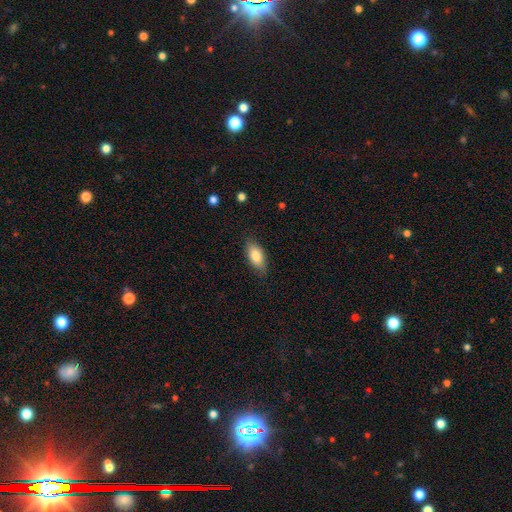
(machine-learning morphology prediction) smooth-or-featured: smooth: 81% | featured or disk: 13% | star or artifact: 7%
  how-rounded: in between: 89% | cigar-shaped: 8% | round: 3%
  merging: none: 82% | minor disturbance: 14% | major disturbance: 3% | merger: 1%